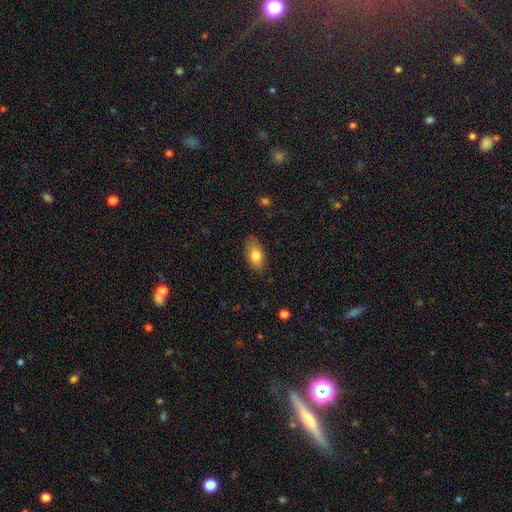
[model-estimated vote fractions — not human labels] Morphology: type=smooth (81%); roundness=in between (90%); merging=none (81%).